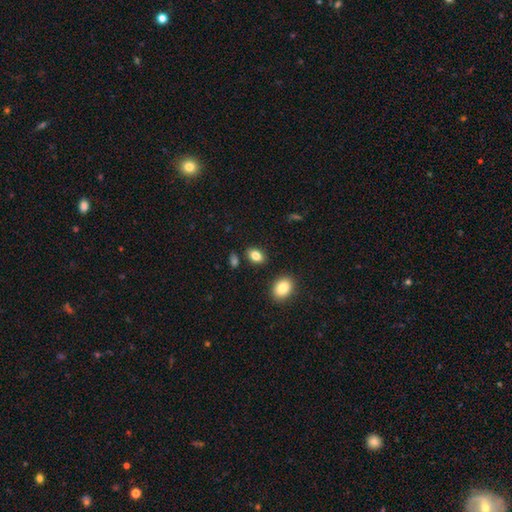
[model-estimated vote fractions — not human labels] Q: Smooth or featured?
A: smooth (84%); runner-up: star or artifact (9%)
Q: How rounded?
A: in between (83%); runner-up: round (15%)
Q: Merging?
A: none (85%); runner-up: minor disturbance (9%)